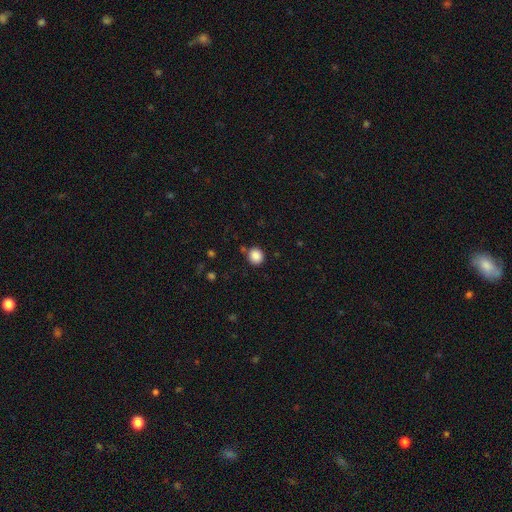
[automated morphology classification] This is clearly a smooth galaxy (87%). How rounded: clearly round (86%). Merging: clearly none (83%).